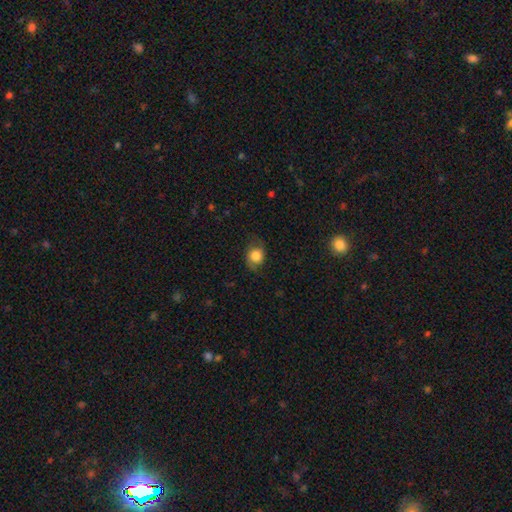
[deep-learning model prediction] Smooth or featured: smooth — 76% (featured or disk — 15%)
How rounded: round — 58% (in between — 40%)
Merging: none — 67% (minor disturbance — 24%)